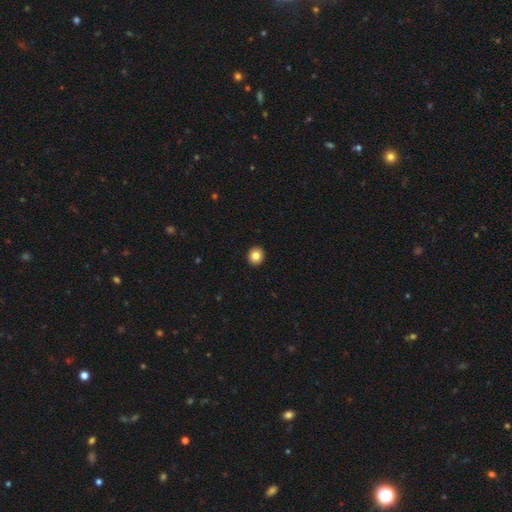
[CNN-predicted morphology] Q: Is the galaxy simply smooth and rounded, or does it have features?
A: smooth — 83%.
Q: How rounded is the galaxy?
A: round — 90%.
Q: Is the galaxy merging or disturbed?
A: none — 94%.